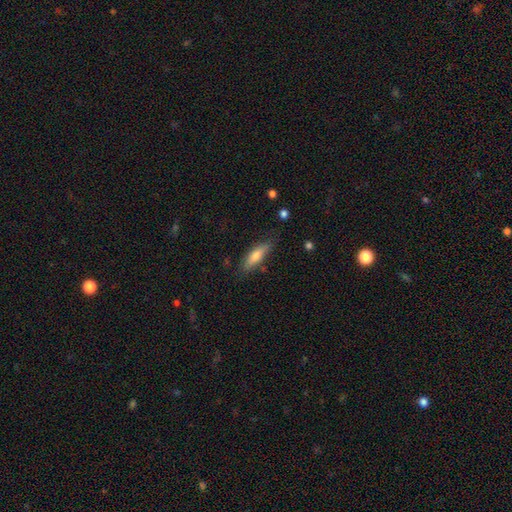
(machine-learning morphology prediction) type=smooth (69%); roundness=cigar-shaped (56%); merging=none (79%).